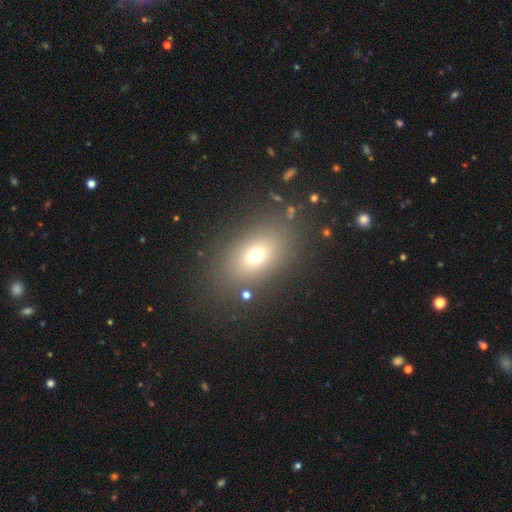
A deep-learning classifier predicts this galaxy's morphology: This is likely a smooth galaxy (69%). How rounded: likely in between (73%). Merging: clearly none (83%).